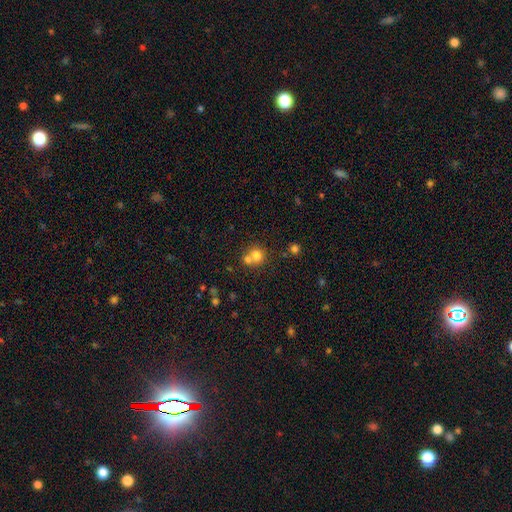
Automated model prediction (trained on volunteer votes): smooth_or_featured: smooth (p=0.75) [alt: star or artifact p=0.14]
how_rounded: round (p=0.86) [alt: in between p=0.13]
merging: none (p=0.46) [tied with: merger p=0.46]